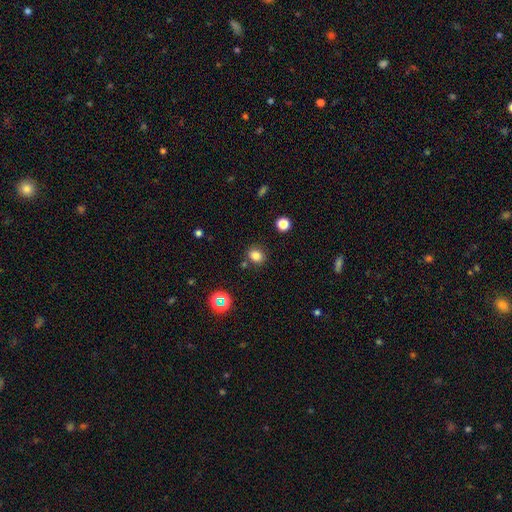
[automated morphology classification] smooth-or-featured: smooth: 79% | star or artifact: 15% | featured or disk: 6%
  how-rounded: round: 62% | in between: 37% | cigar-shaped: 1%
  merging: none: 80% | minor disturbance: 10% | merger: 7% | major disturbance: 3%